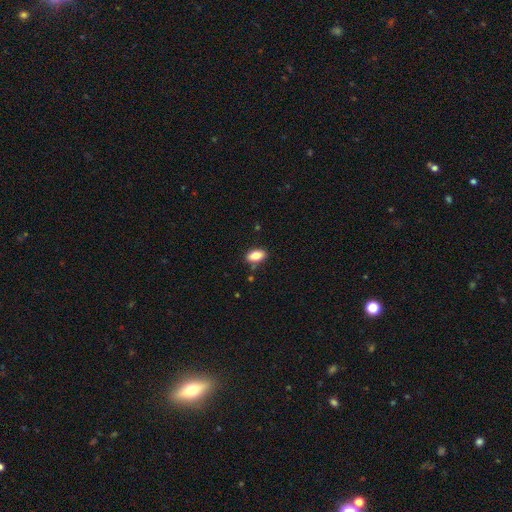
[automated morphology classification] smooth 83%, featured or disk 9%, star or artifact 8%. Down the decision tree: how rounded — in between (90%); merging — none (84%).